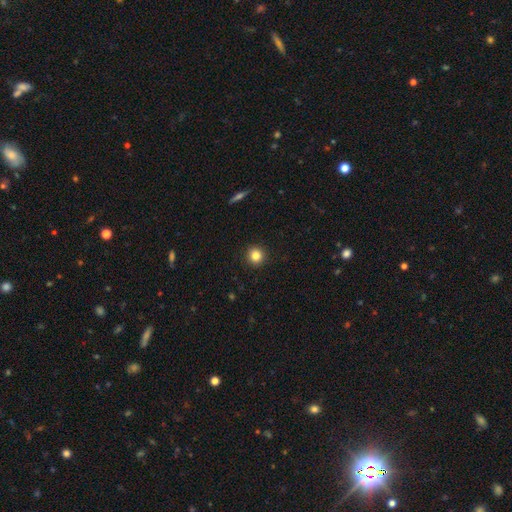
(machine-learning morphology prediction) A smooth galaxy with no disk features (83%) that is round (94%).

Vote fractions:
- Smooth or featured? smooth: 83% / star or artifact: 12% / featured or disk: 5%
- How rounded? round: 94% / in between: 5% / cigar-shaped: 1%
- Merging? none: 93% / minor disturbance: 5% / major disturbance: 2% / merger: 1%